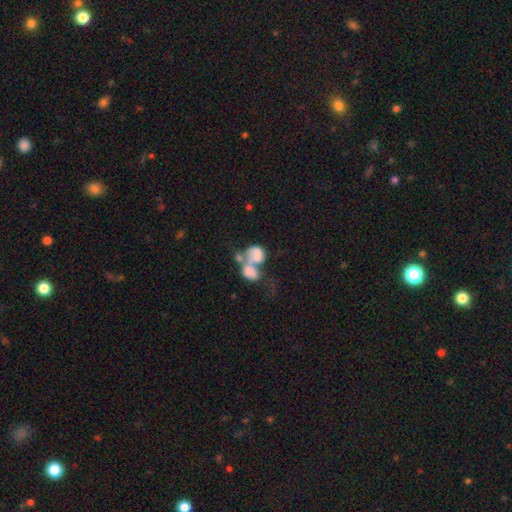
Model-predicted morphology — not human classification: A smooth galaxy with no disk features (56%) that is in between round and cigar-shaped (68%).

Vote fractions:
- Smooth or featured? smooth: 56% / featured or disk: 34% / star or artifact: 10%
- How rounded? in between: 68% / round: 30% / cigar-shaped: 2%
- Merging? merger: 72% / major disturbance: 15% / none: 8% / minor disturbance: 5%